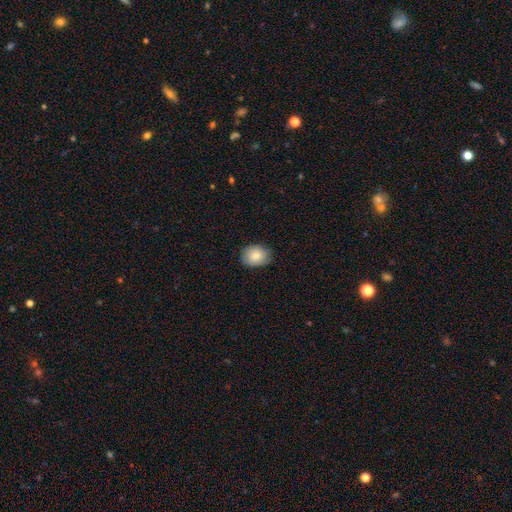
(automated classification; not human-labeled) smooth-or-featured: smooth: 80% | featured or disk: 12% | star or artifact: 7%
  how-rounded: in between: 53% | round: 47% | cigar-shaped: 1%
  merging: none: 82% | minor disturbance: 15% | major disturbance: 3% | merger: 1%